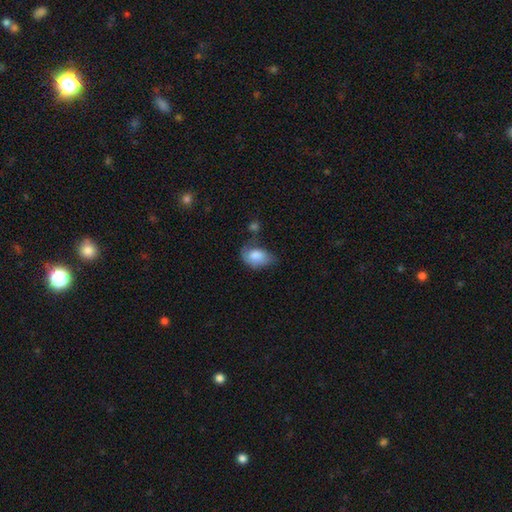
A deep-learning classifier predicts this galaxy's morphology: The model was most divided on "merging": minor disturbance: 36%, none: 32%, major disturbance: 22%, merger: 10%. More confident: how rounded — in between (84%); smooth or featured — smooth (76%).